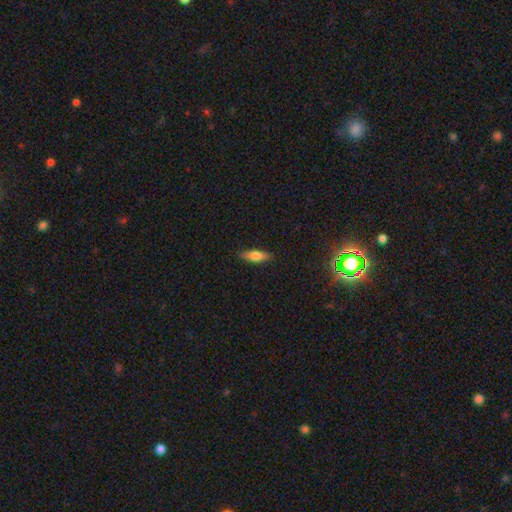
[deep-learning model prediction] smooth-or-featured: smooth: 70% | featured or disk: 23% | star or artifact: 7%
  how-rounded: in between: 53% | cigar-shaped: 44% | round: 2%
  merging: none: 87% | minor disturbance: 10% | major disturbance: 2% | merger: 1%